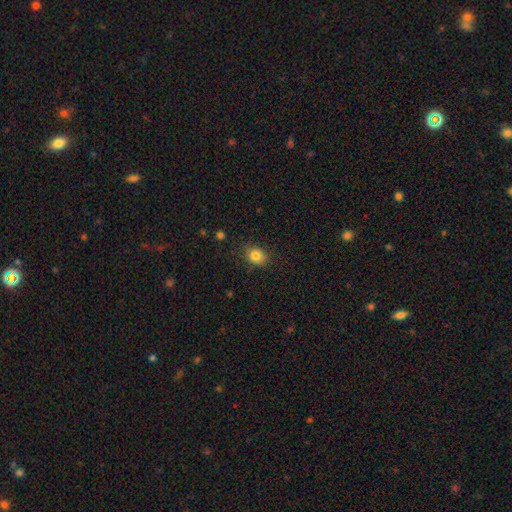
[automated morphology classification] Smooth or featured? smooth (83%)
How rounded? round (51%)
Merging? none (83%)